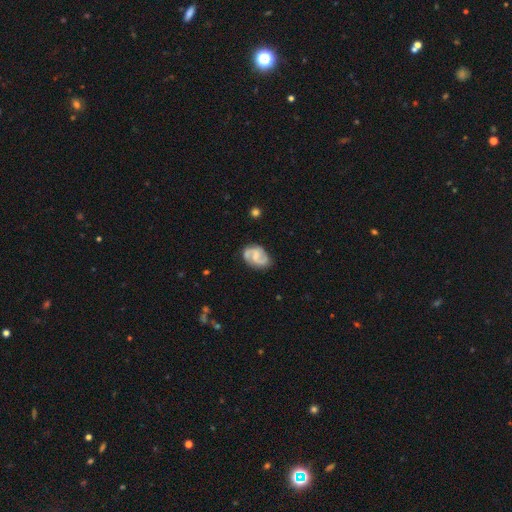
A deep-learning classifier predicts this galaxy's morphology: Q: Smooth or featured?
A: featured or disk (79%); runner-up: smooth (16%)
Q: Edge-on disk?
A: no (98%); runner-up: yes (2%)
Q: Bar?
A: weak (50%); runner-up: no (35%)
Q: Spiral arms?
A: yes (94%); runner-up: no (6%)
Q: Spiral winding?
A: medium (50%); runner-up: loose (30%)
Q: Spiral arm count?
A: 2 (87%); runner-up: can't tell (6%)
Q: Bulge size?
A: small (45%); runner-up: moderate (28%)
Q: Merging?
A: none (73%); runner-up: minor disturbance (18%)